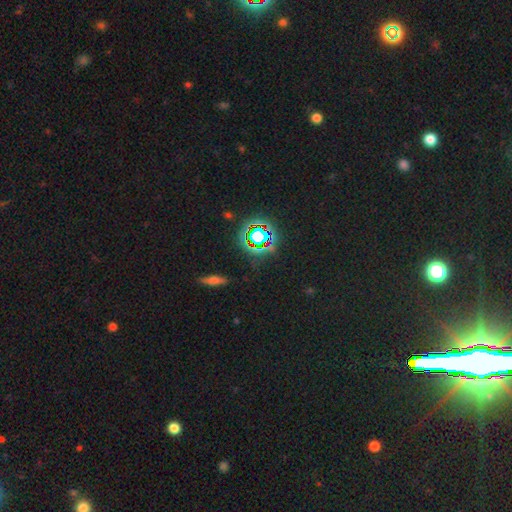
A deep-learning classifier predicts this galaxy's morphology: Smooth or featured?
  - star or artifact: 73% *
  - smooth: 17%
  - featured or disk: 10%